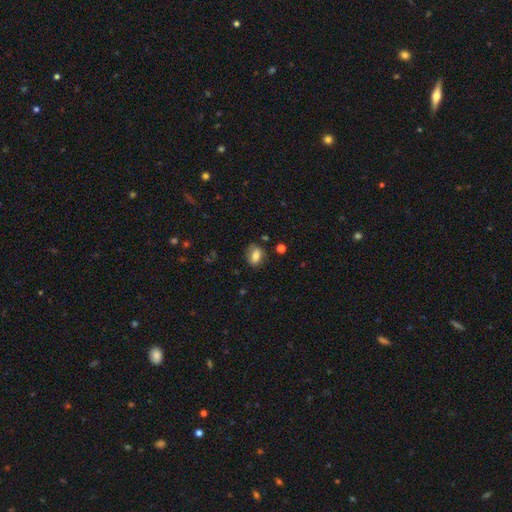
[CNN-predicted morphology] Smooth or featured: smooth — 75% (featured or disk — 16%)
How rounded: in between — 75% (round — 23%)
Merging: none — 71% (minor disturbance — 20%)